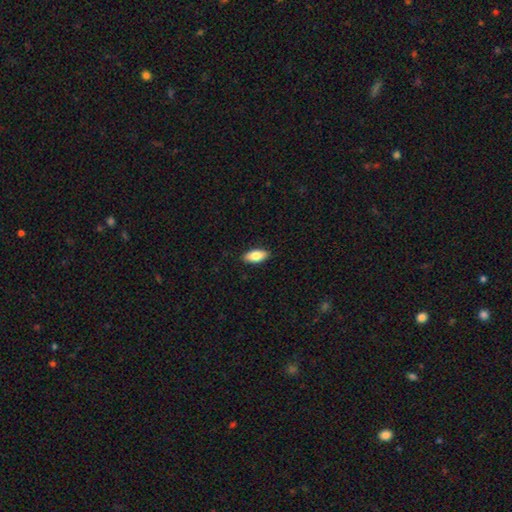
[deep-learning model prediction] Smooth or featured? smooth (83%)
How rounded? in between (90%)
Merging? none (89%)